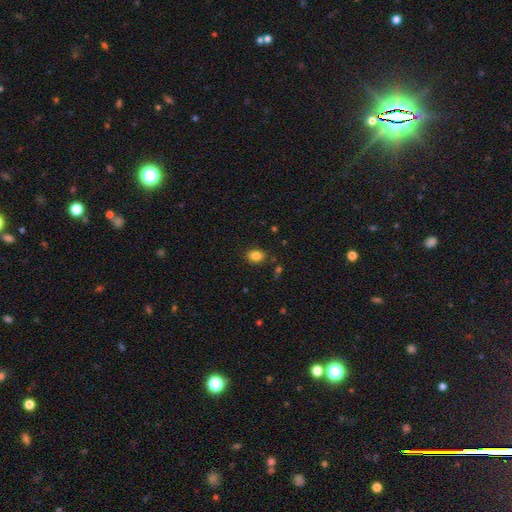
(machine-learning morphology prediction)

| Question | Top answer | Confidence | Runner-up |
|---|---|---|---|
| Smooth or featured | smooth | 84% | star or artifact (11%) |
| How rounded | in between | 62% | round (37%) |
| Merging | none | 84% | minor disturbance (10%) |